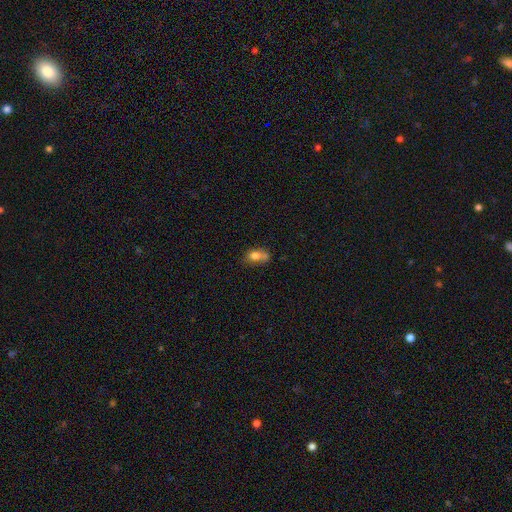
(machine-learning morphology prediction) Smooth or featured?
  - smooth: 75% *
  - featured or disk: 14%
  - star or artifact: 11%
How rounded?
  - in between: 77% *
  - round: 20%
  - cigar-shaped: 3%
Merging?
  - none: 37% *
  - merger: 27%
  - minor disturbance: 24%
  - major disturbance: 12%